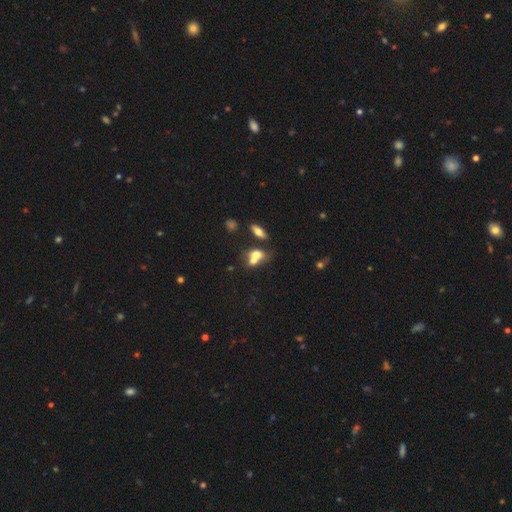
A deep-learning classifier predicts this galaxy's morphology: A smooth galaxy with no disk features (66%) that is in between round and cigar-shaped (66%).

Vote fractions:
- Smooth or featured? smooth: 66% / featured or disk: 22% / star or artifact: 12%
- How rounded? in between: 66% / round: 29% / cigar-shaped: 5%
- Merging? merger: 59% / none: 28% / minor disturbance: 8% / major disturbance: 5%